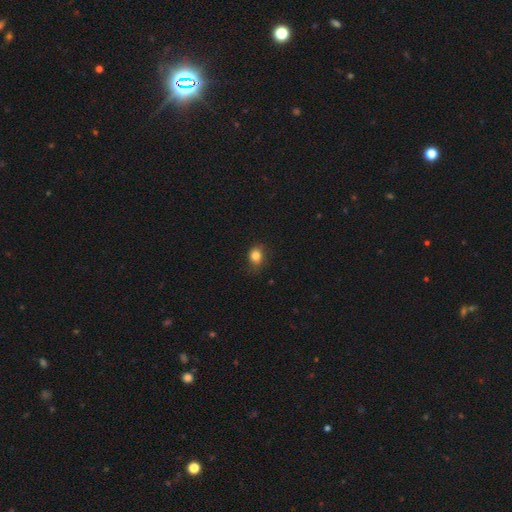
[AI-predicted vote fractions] Smooth or featured?
  - smooth: 83% *
  - star or artifact: 11%
  - featured or disk: 7%
How rounded?
  - round: 52% *
  - in between: 47%
  - cigar-shaped: 1%
Merging?
  - none: 70% *
  - minor disturbance: 23%
  - major disturbance: 6%
  - merger: 1%